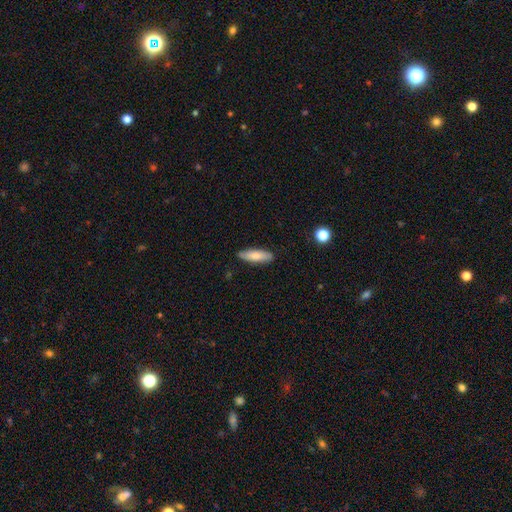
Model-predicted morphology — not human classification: type=smooth (77%); roundness=in between (52%); merging=none (82%).